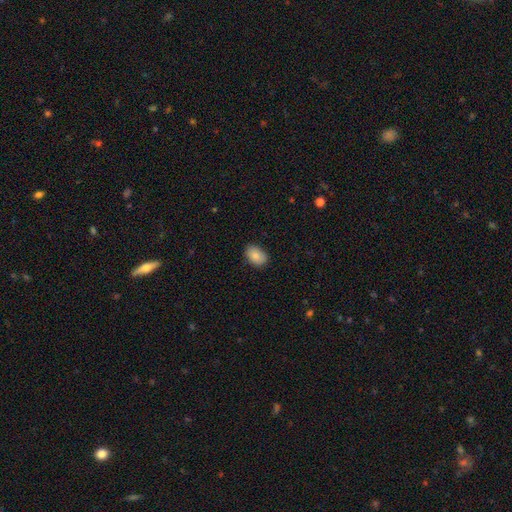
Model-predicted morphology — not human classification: smooth 84%, featured or disk 8%, star or artifact 7%. Down the decision tree: how rounded — in between (85%); merging — none (86%).